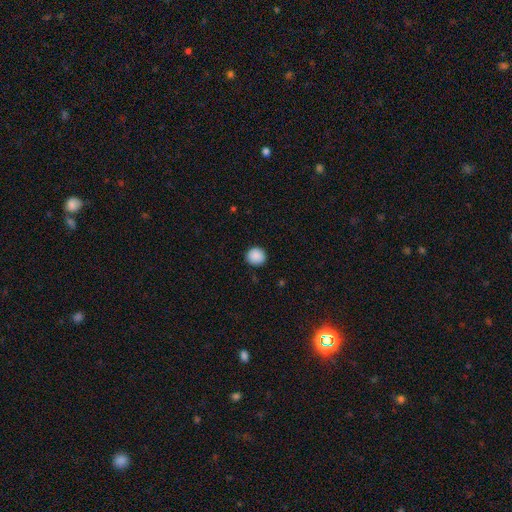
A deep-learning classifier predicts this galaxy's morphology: Q: Smooth or featured?
A: smooth (89%); runner-up: star or artifact (8%)
Q: How rounded?
A: round (92%); runner-up: in between (7%)
Q: Merging?
A: none (90%); runner-up: minor disturbance (7%)